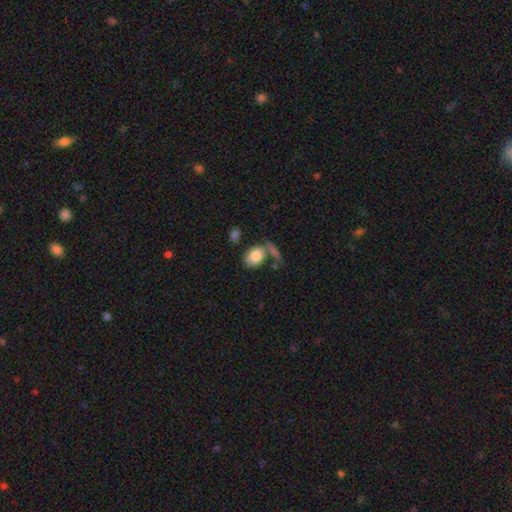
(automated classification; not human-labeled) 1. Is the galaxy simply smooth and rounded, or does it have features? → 82% smooth, 11% featured or disk, 7% star or artifact.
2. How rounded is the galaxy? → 74% in between, 24% round, 2% cigar-shaped.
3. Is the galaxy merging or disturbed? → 56% none, 21% merger, 15% minor disturbance, 8% major disturbance.